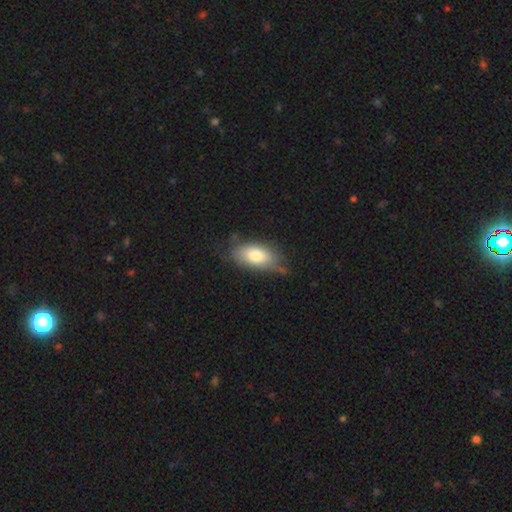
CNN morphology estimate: Overall: smooth (75%). How rounded: in between (90%). Merging: none (65%; minor disturbance 25%).